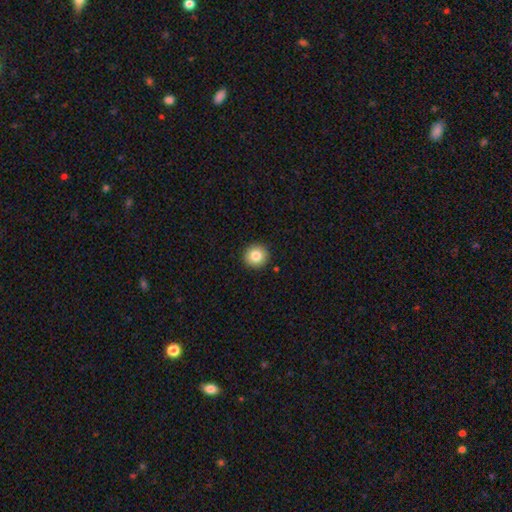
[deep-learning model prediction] Smooth or featured? Predicted: smooth (p=0.83). How rounded? Predicted: round (p=0.94). Merging? Predicted: none (p=0.92).